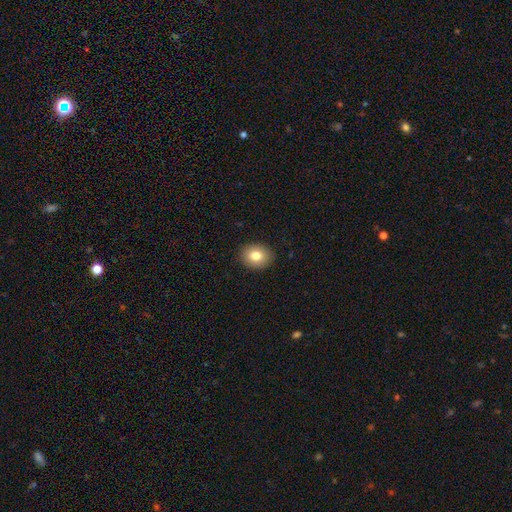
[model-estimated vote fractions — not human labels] A smooth galaxy with no disk features (81%) that is in between round and cigar-shaped (51%).

Vote fractions:
- Smooth or featured? smooth: 81% / featured or disk: 10% / star or artifact: 9%
- How rounded? in between: 51% / round: 48% / cigar-shaped: 1%
- Merging? none: 91% / minor disturbance: 7% / major disturbance: 2% / merger: 1%